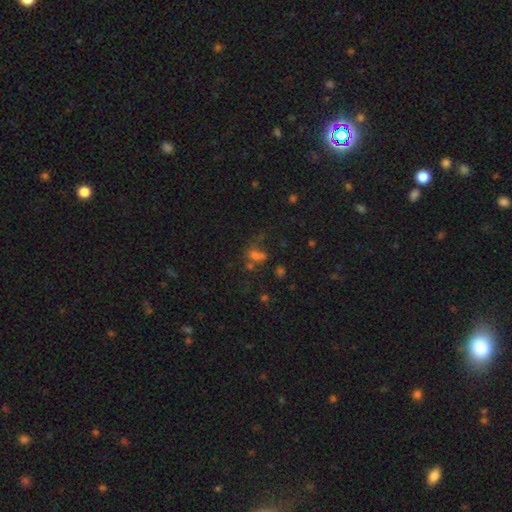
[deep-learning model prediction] Morphology: type=smooth (49%); merging=none (32%).